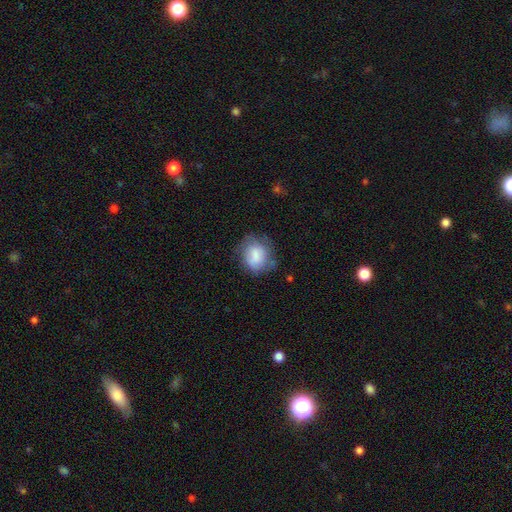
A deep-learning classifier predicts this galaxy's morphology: smooth-or-featured: smooth: 75% | featured or disk: 17% | star or artifact: 8%
  how-rounded: round: 58% | in between: 41% | cigar-shaped: 1%
  merging: none: 59% | minor disturbance: 27% | major disturbance: 11% | merger: 2%